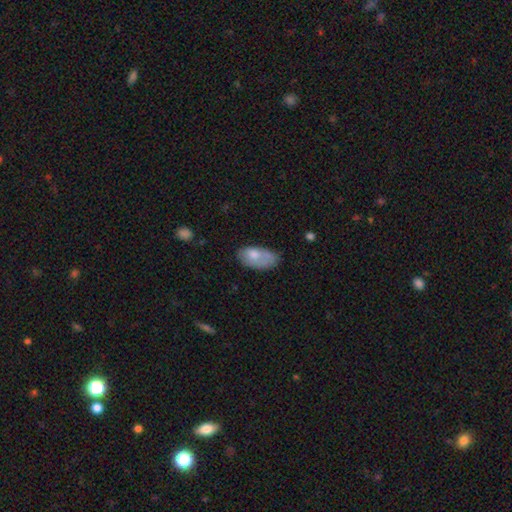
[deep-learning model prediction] Q: Smooth or featured?
A: smooth (73%); runner-up: featured or disk (21%)
Q: How rounded?
A: in between (93%); runner-up: cigar-shaped (4%)
Q: Merging?
A: none (46%); runner-up: minor disturbance (35%)